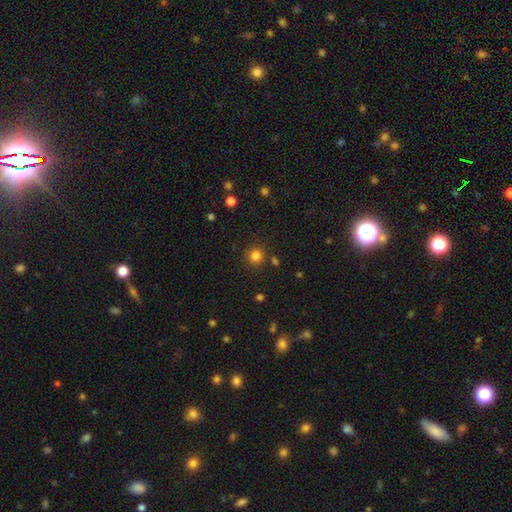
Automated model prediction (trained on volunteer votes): This is clearly a smooth galaxy (82%). How rounded: clearly round (91%). Merging: clearly none (85%).